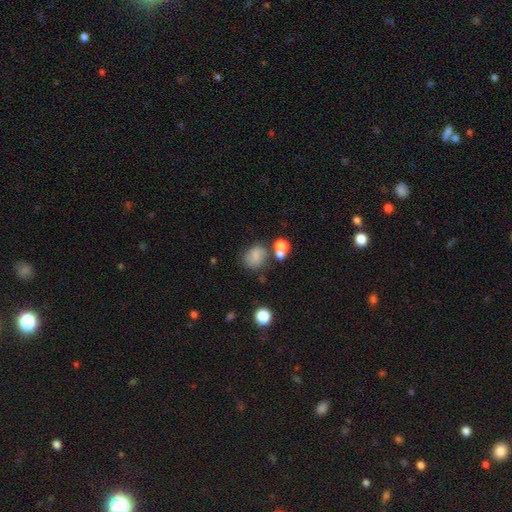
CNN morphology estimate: A smooth galaxy with no disk features (71%) that is in between round and cigar-shaped (50%). Merging: none (53%).